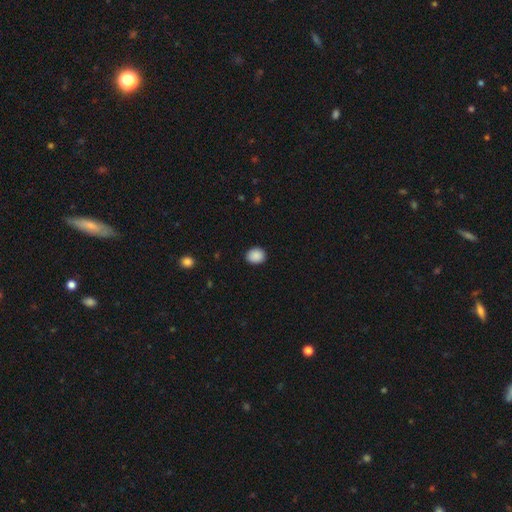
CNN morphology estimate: This is clearly a smooth galaxy (89%). How rounded: possibly round (56%). Merging: clearly none (89%).